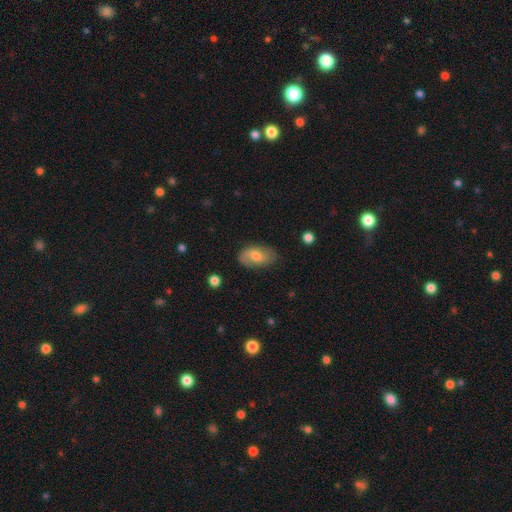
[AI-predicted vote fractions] Smooth or featured? Predicted: smooth (p=0.58). How rounded? Predicted: in between (p=0.92). Merging? Predicted: none (p=0.73).